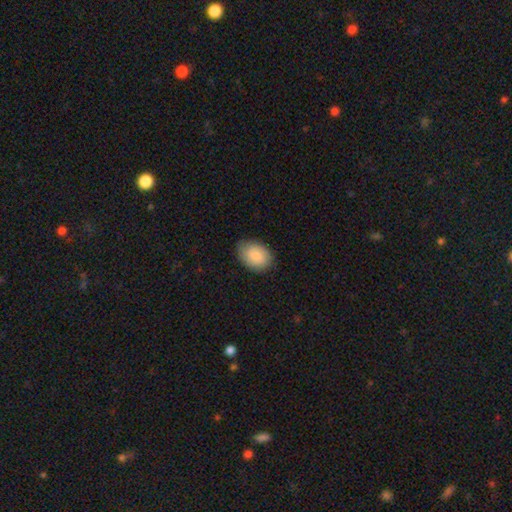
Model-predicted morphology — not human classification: smooth 87%, featured or disk 7%, star or artifact 6%. Down the decision tree: how rounded — in between (75%); merging — none (78%).